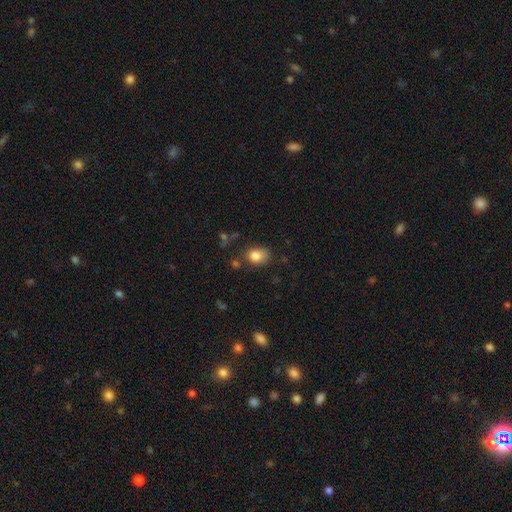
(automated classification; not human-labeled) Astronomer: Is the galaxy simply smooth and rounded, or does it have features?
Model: smooth — 82%.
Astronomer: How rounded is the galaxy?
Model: in between — 58% (runner-up: round, 41%).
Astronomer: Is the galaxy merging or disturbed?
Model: none — 64%.